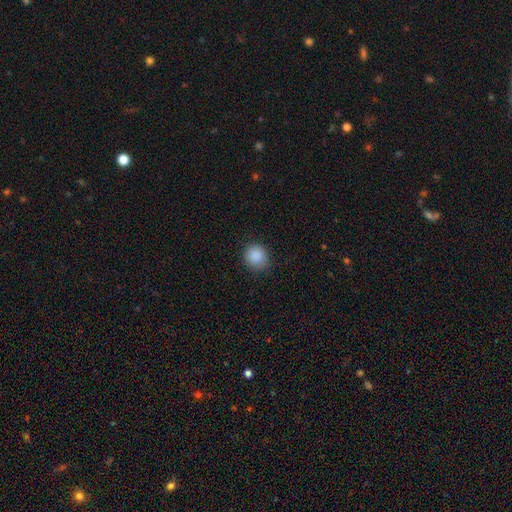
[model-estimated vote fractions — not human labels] Smooth or featured: smooth — 88% (star or artifact — 9%)
How rounded: round — 85% (in between — 14%)
Merging: none — 81% (minor disturbance — 14%)